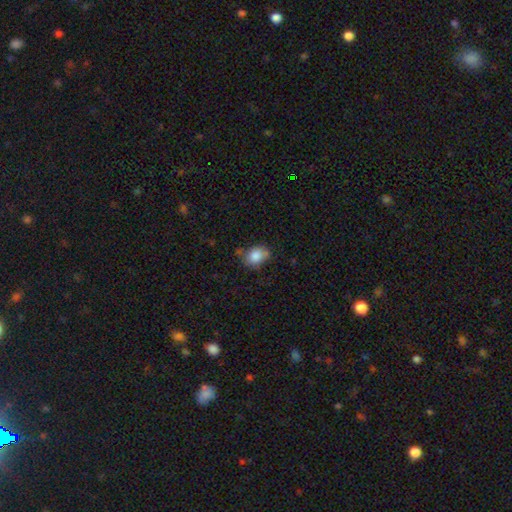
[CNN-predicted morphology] Smooth or featured: smooth — 84% (star or artifact — 9%)
How rounded: in between — 62% (round — 36%)
Merging: none — 61% (minor disturbance — 28%)